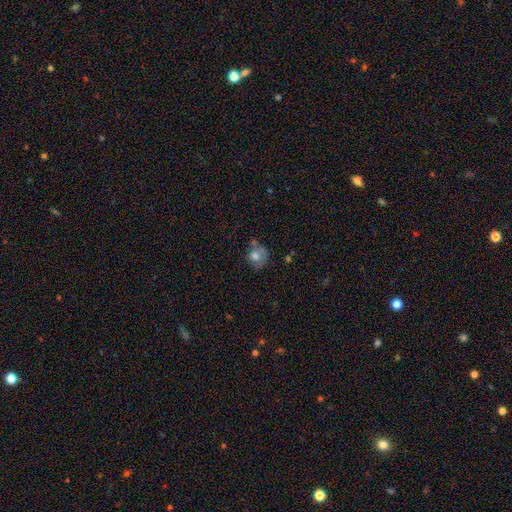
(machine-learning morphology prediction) This appears to be a smooth galaxy with no disk features (74%) that is round (76%). Merging: none (53%).